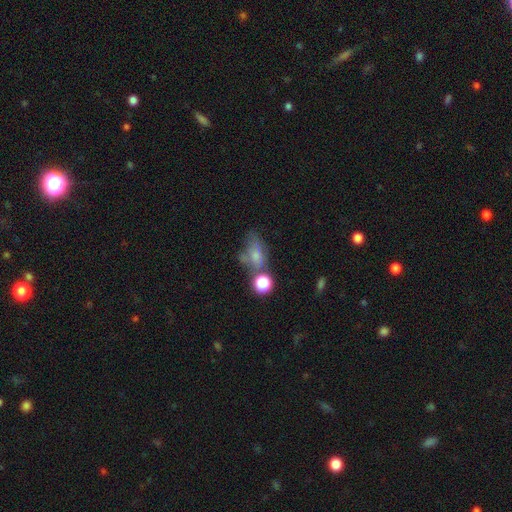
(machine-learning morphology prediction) The model was most divided on "merging": none: 33%, major disturbance: 23%, minor disturbance: 23%, merger: 21%. More confident: how rounded — in between (72%); smooth or featured — smooth (59%).